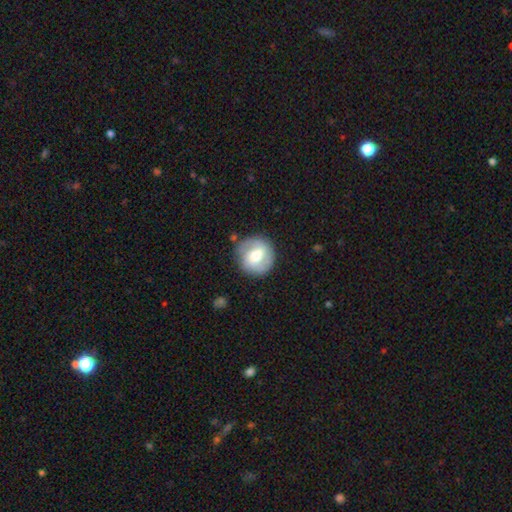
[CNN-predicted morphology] Overall: featured or disk (51%; smooth 42%). Edge-on disk: no (97%). Merging: none (80%).